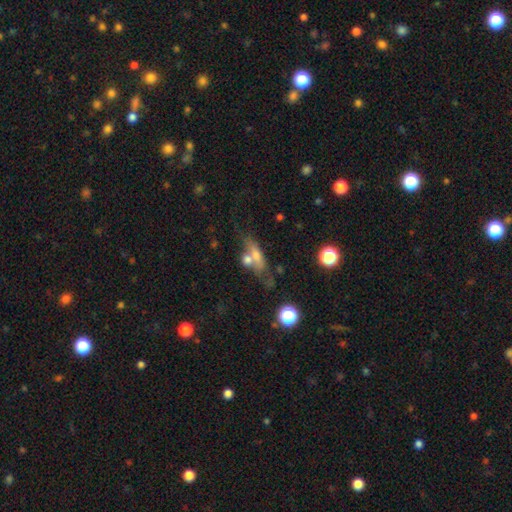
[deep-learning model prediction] Smooth or featured? smooth (52%)
How rounded? in between (46%)
Merging? none (46%)